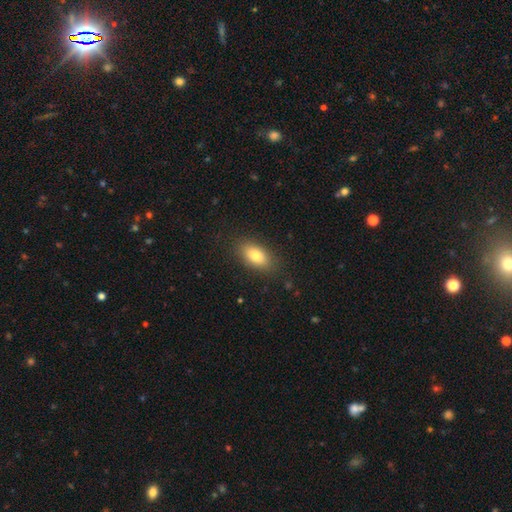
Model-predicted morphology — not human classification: smooth 79%, featured or disk 13%, star or artifact 8%. Down the decision tree: how rounded — in between (88%); merging — none (85%).